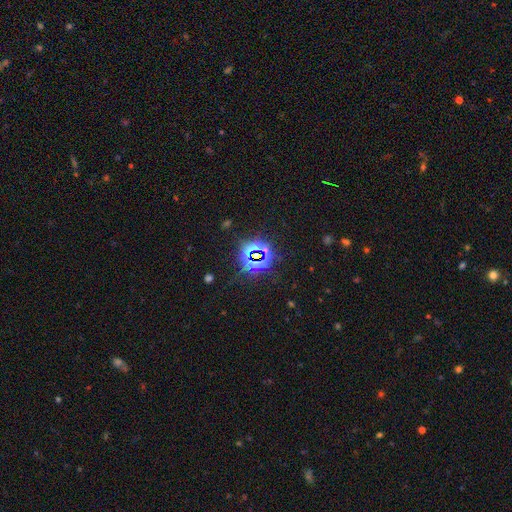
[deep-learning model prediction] Morphology: type=star or artifact (80%).